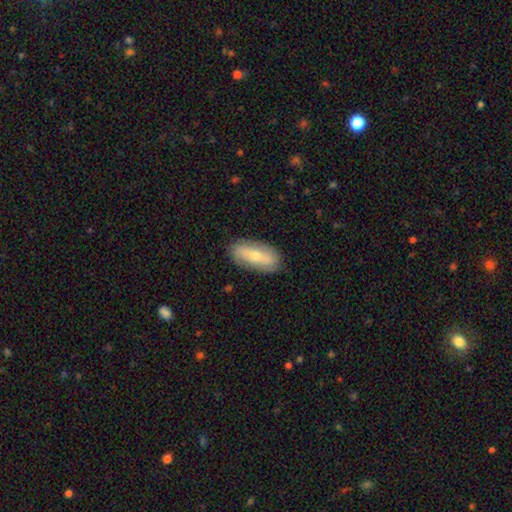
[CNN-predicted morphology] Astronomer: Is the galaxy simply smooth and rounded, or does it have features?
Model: smooth — 60%.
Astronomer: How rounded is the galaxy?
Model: in between — 83%.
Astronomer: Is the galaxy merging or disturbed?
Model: none — 84%.